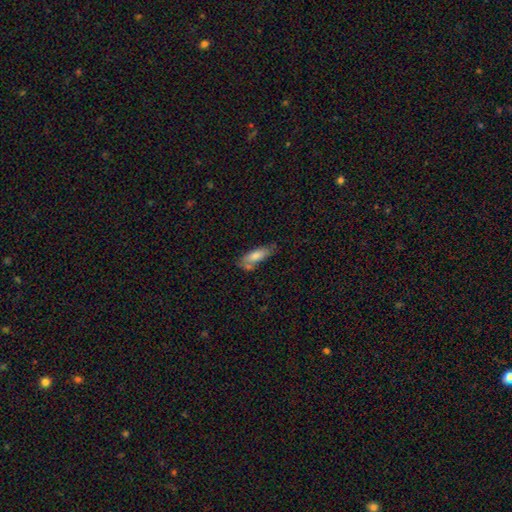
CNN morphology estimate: Smooth or featured?
  - smooth: 78% *
  - featured or disk: 15%
  - star or artifact: 7%
How rounded?
  - in between: 63% *
  - cigar-shaped: 35%
  - round: 2%
Merging?
  - none: 54% *
  - minor disturbance: 25%
  - merger: 13%
  - major disturbance: 7%